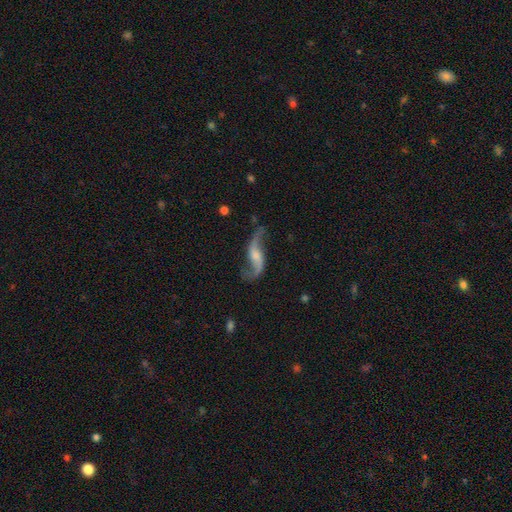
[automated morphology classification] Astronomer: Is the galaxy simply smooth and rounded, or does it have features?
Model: featured or disk — 86%.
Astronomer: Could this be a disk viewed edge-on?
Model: no — 94%.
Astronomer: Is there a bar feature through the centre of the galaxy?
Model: no — 44% (runner-up: weak, 40%).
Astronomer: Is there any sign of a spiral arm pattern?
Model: yes — 95%.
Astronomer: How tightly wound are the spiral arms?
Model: loose — 90%.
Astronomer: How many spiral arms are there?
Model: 2 — 93%.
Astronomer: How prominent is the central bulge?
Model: moderate — 31% (runner-up: small, 30%).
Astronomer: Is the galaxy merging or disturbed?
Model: none — 70%.